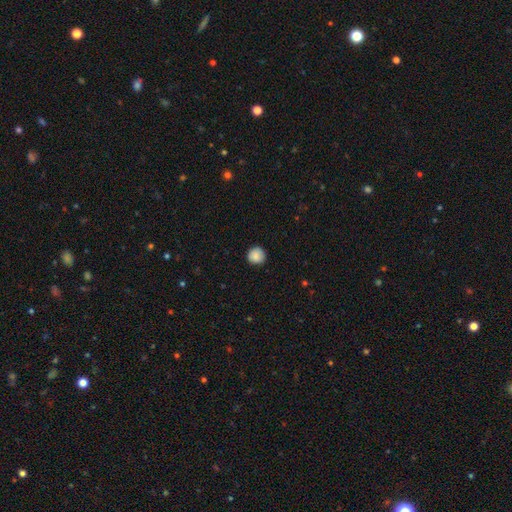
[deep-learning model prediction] smooth 87%, star or artifact 8%, featured or disk 5%. Down the decision tree: how rounded — round (94%); merging — none (90%).